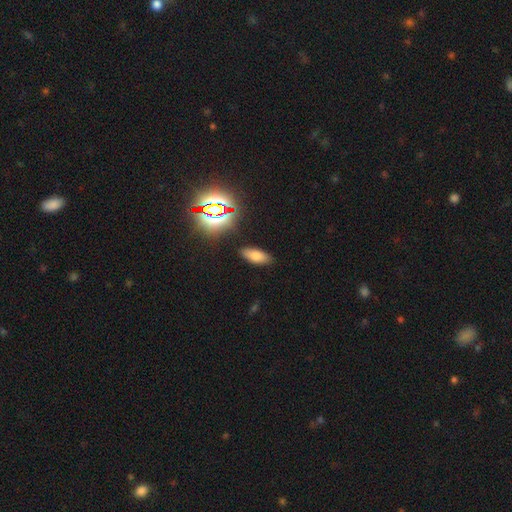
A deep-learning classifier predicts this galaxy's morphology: Q: Smooth or featured?
A: smooth (71%); runner-up: star or artifact (17%)
Q: How rounded?
A: in between (80%); runner-up: cigar-shaped (16%)
Q: Merging?
A: none (87%); runner-up: minor disturbance (9%)